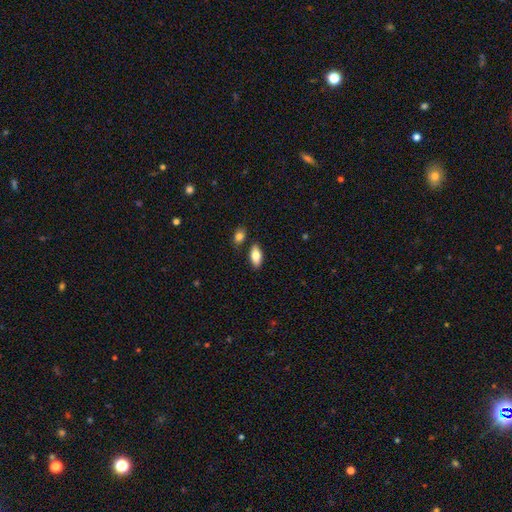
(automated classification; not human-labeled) Smooth or featured: smooth — 80% (featured or disk — 13%)
How rounded: in between — 88% (cigar-shaped — 9%)
Merging: none — 83% (minor disturbance — 9%)